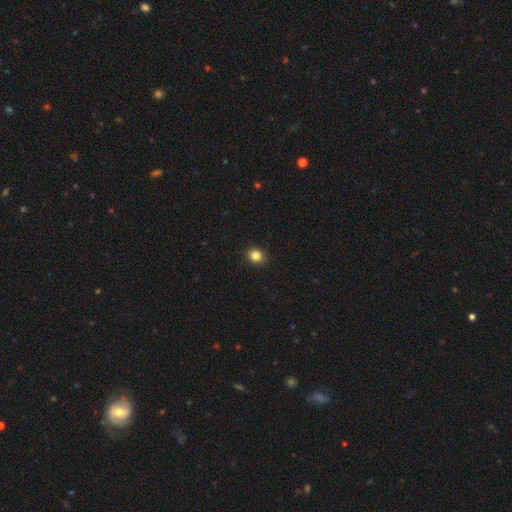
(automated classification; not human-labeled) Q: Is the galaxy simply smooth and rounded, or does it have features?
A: smooth — 84%.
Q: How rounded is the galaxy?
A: round — 75%.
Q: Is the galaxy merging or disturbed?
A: none — 91%.